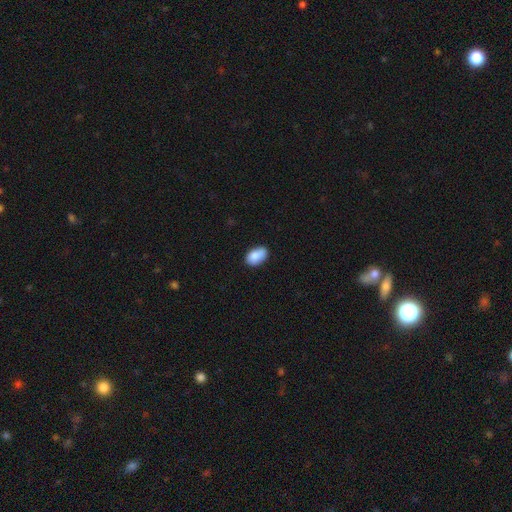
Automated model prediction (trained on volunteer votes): Smooth or featured? Predicted: smooth (p=0.87). How rounded? Predicted: in between (p=0.91). Merging? Predicted: none (p=0.74).